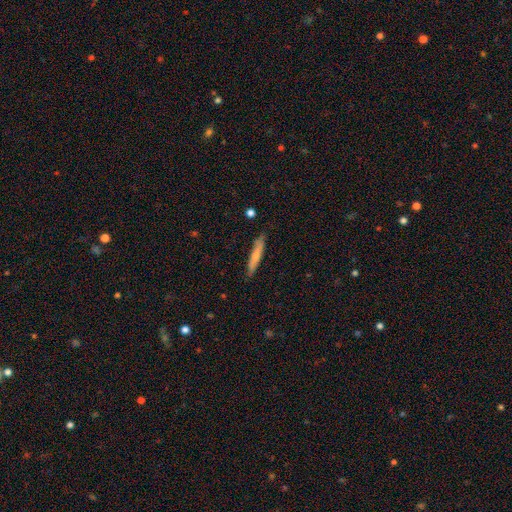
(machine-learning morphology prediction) type=smooth (64%); roundness=cigar-shaped (93%); merging=none (85%).